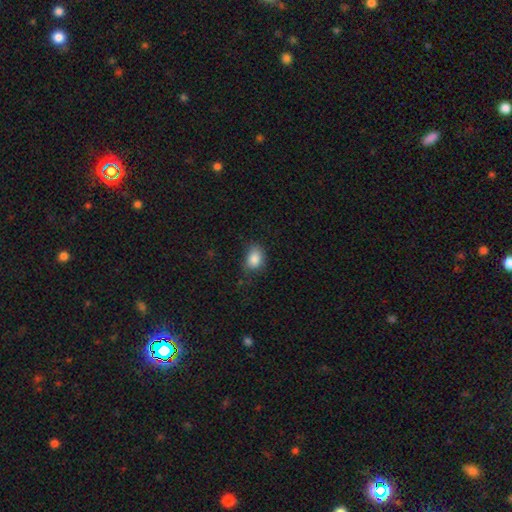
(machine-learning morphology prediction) smooth_or_featured: smooth (p=0.85) [alt: star or artifact p=0.10]
how_rounded: in between (p=0.62) [alt: round p=0.37]
merging: none (p=0.74) [alt: minor disturbance p=0.20]